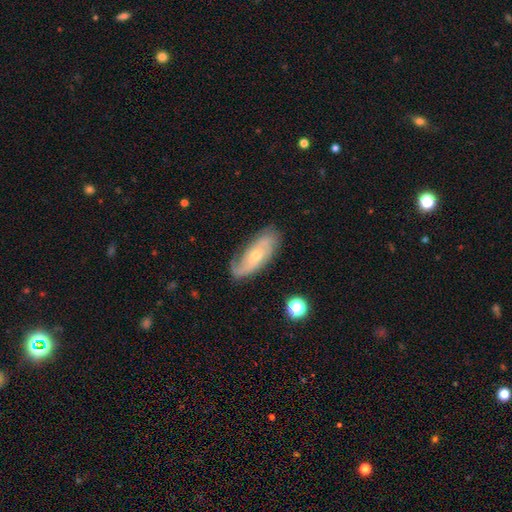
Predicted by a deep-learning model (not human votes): A featured or disk galaxy (73%) with no bar (62%), 2 (52%) tight (38%, tied with medium) spiral arms (91%) and a small central bulge (67%). Merging: none (70%).